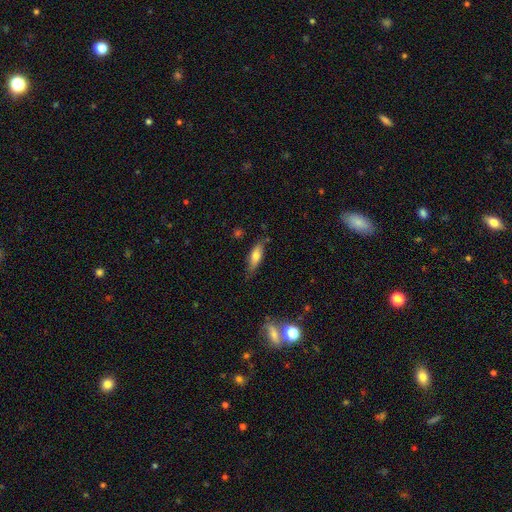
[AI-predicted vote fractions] Smooth or featured?
  - smooth: 65% *
  - featured or disk: 28%
  - star or artifact: 8%
How rounded?
  - in between: 49% *
  - cigar-shaped: 48%
  - round: 3%
Merging?
  - none: 72% *
  - minor disturbance: 21%
  - major disturbance: 4%
  - merger: 2%